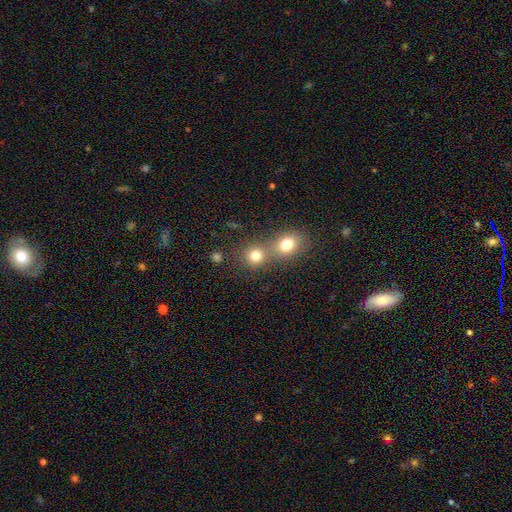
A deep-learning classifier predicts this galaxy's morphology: The model was most divided on "merging": none: 46%, merger: 45%, minor disturbance: 6%, major disturbance: 3%. More confident: how rounded — round (83%); smooth or featured — smooth (78%).